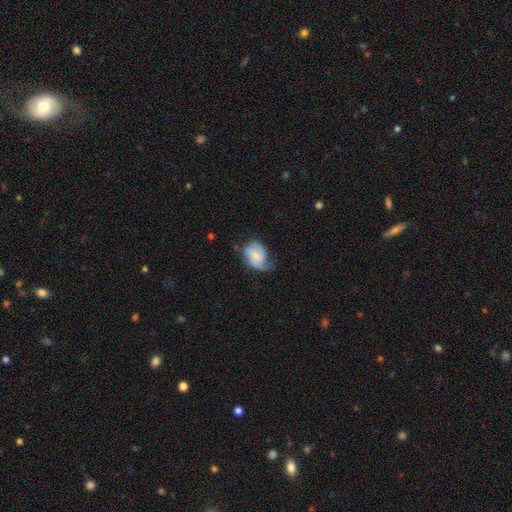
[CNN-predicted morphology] smooth-or-featured: featured or disk: 65% | smooth: 28% | star or artifact: 6%
  disk-edge-on: no: 97% | yes: 3%
    bar: no: 49% | weak: 41% | strong: 10%
    has-spiral-arms: yes: 91% | no: 9%
      spiral-winding: medium: 46% | tight: 28% | loose: 26%
      spiral-arm-count: 2: 47% | 3: 23% | can't tell: 15% | 1: 10% | 4: 3% | more than 4: 2%
    bulge-size: small: 54% | moderate: 28% | none: 14% | large: 2% | dominant: 1%
  merging: none: 47% | minor disturbance: 33% | major disturbance: 18% | merger: 2%